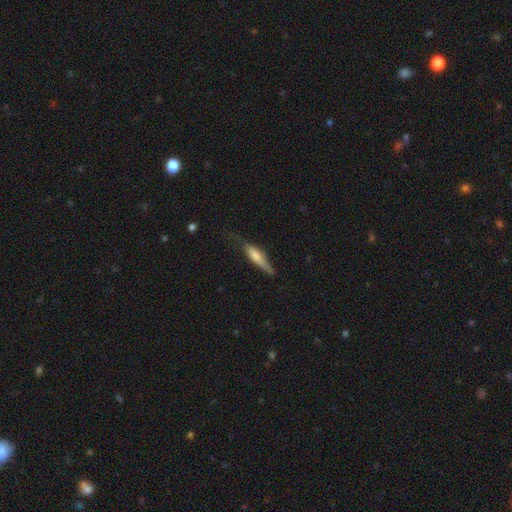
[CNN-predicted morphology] Smooth or featured? smooth (51%)
How rounded? cigar-shaped (80%)
Merging? none (51%)